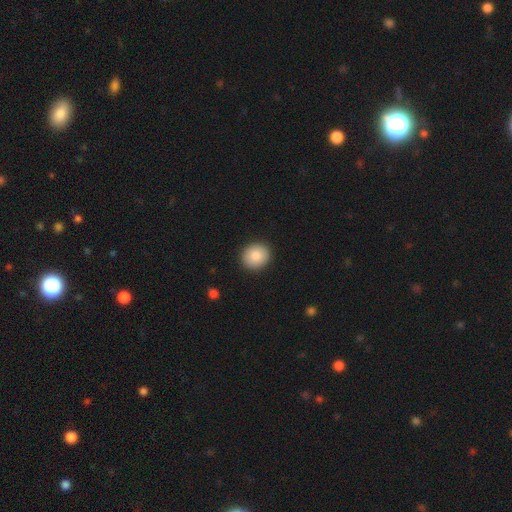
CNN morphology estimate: This is clearly a smooth galaxy (84%). How rounded: likely round (79%). Merging: clearly none (91%).